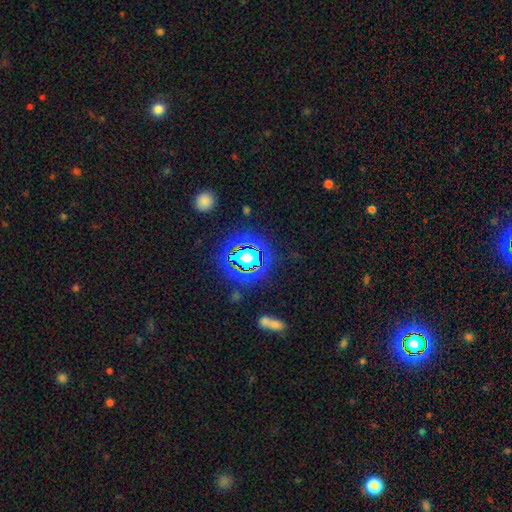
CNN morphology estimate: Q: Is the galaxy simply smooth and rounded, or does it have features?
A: star or artifact — 80%.